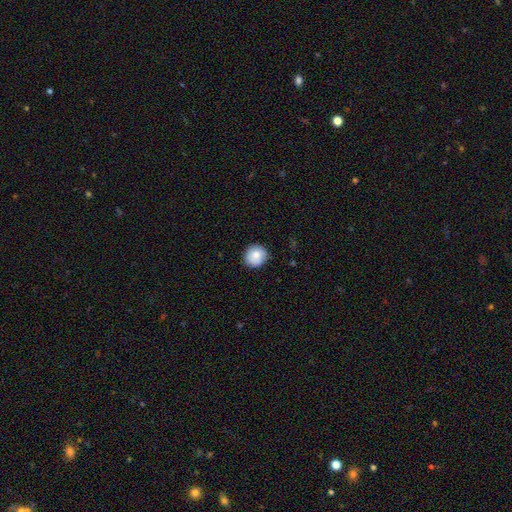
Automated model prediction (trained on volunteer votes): A smooth galaxy with no disk features (80%) that is round (92%).

Vote fractions:
- Smooth or featured? smooth: 80% / featured or disk: 12% / star or artifact: 8%
- How rounded? round: 92% / in between: 7% / cigar-shaped: 1%
- Merging? none: 87% / minor disturbance: 10% / major disturbance: 2% / merger: 1%